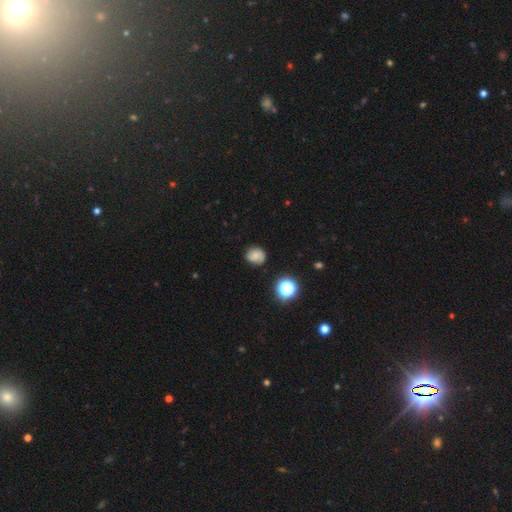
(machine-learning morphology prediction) This appears to be a smooth galaxy with no disk features (59%) that is round (74%). Merging: none (75%).